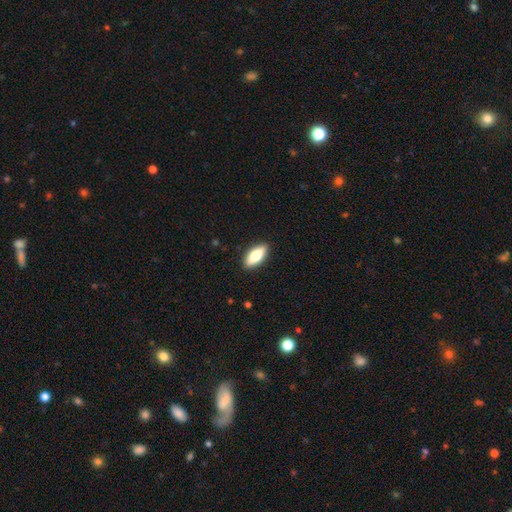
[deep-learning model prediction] Smooth or featured?
  - smooth: 69% *
  - featured or disk: 25%
  - star or artifact: 6%
How rounded?
  - in between: 75% *
  - cigar-shaped: 22%
  - round: 3%
Merging?
  - none: 89% *
  - minor disturbance: 8%
  - major disturbance: 2%
  - merger: 1%